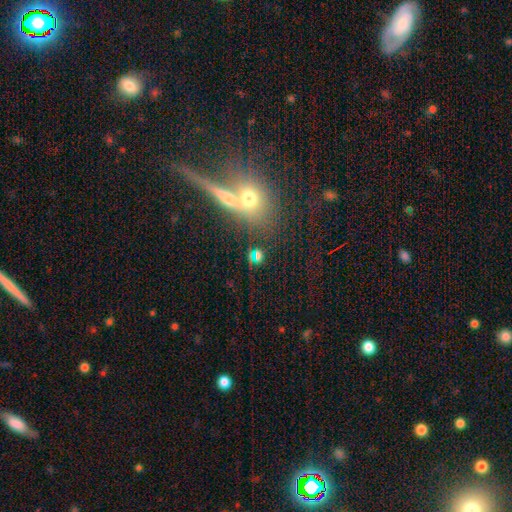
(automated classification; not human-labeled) Smooth or featured? Predicted: smooth (p=0.52). How rounded? Predicted: in between (p=0.47). Merging? Predicted: none (p=0.58).